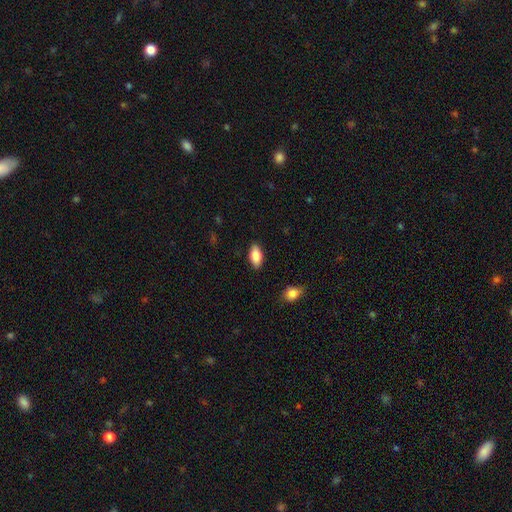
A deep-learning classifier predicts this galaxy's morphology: The model was most divided on "smooth or featured": smooth: 82%, featured or disk: 12%, star or artifact: 7%. More confident: how rounded — in between (89%); merging — none (87%).